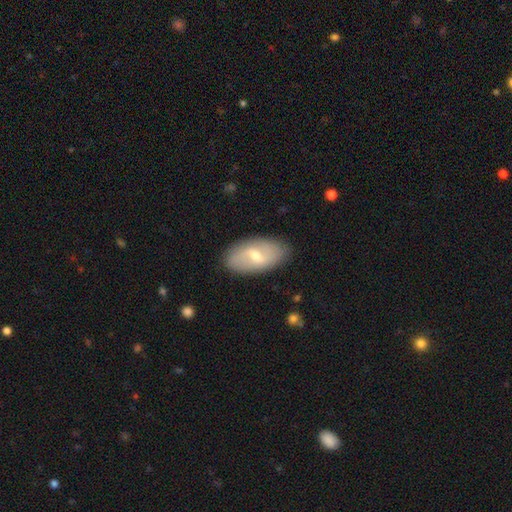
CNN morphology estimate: Smooth or featured?
  - featured or disk: 50% *
  - smooth: 44%
  - star or artifact: 6%
Merging?
  - none: 86% *
  - minor disturbance: 10%
  - major disturbance: 3%
  - merger: 1%